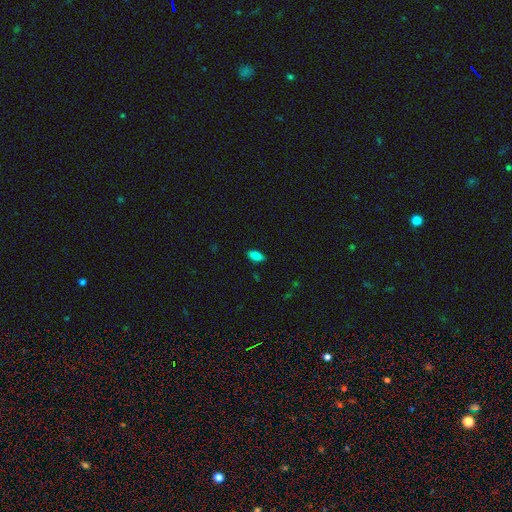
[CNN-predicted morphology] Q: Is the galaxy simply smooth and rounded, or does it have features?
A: smooth — 84%.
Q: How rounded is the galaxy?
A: in between — 89%.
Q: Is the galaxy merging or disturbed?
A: none — 86%.